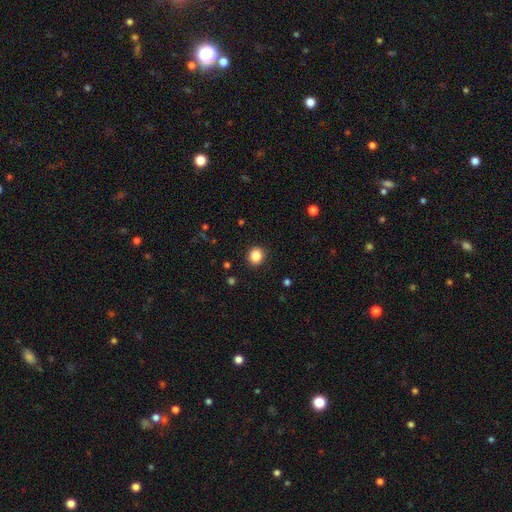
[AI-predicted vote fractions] Smooth or featured: smooth — 86% (star or artifact — 10%)
How rounded: round — 82% (in between — 17%)
Merging: none — 91% (minor disturbance — 6%)